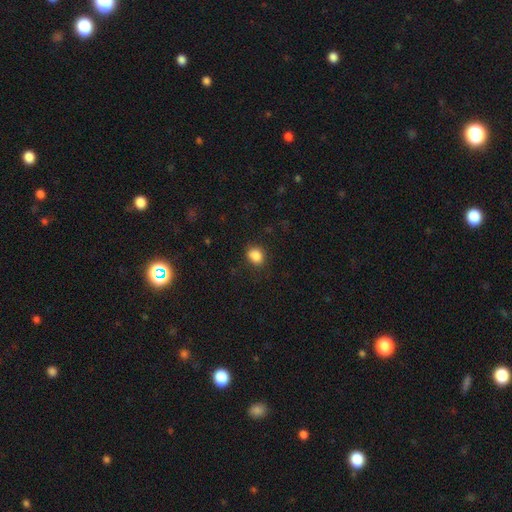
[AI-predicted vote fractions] The model was most divided on "how rounded": in between: 54%, round: 45%, cigar-shaped: 1%. More confident: smooth or featured — smooth (86%); merging — none (80%).